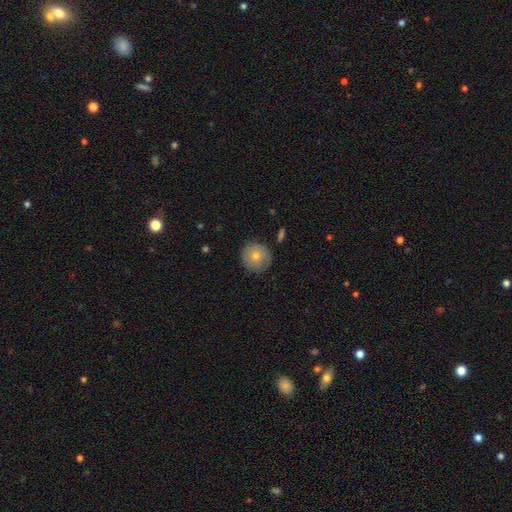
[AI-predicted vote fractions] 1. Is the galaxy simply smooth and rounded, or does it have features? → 75% smooth, 17% featured or disk, 8% star or artifact.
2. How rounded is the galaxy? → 93% round, 6% in between, 1% cigar-shaped.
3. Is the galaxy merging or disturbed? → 84% none, 12% minor disturbance, 3% major disturbance, 1% merger.